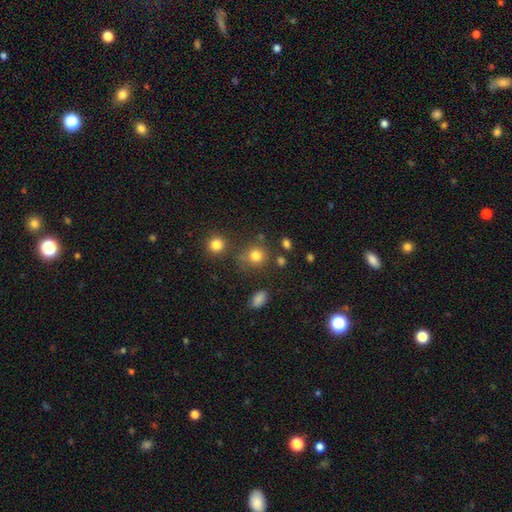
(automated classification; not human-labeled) This appears to be a smooth galaxy with no disk features (79%) that is round (84%). Merging: none (69%).